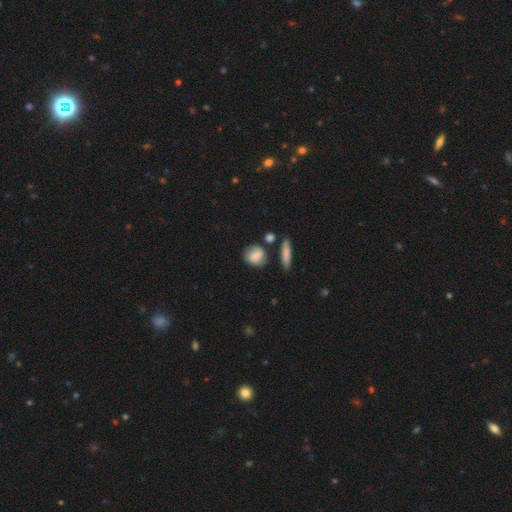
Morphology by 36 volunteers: Smooth or featured?
  - smooth: 81% *
  - featured or disk: 17%
  - star or artifact: 3%
How rounded?
  - round: 79% *
  - in between: 17%
  - cigar-shaped: 3%
Merging?
  - none: 86% *
  - minor disturbance: 6%
  - major disturbance: 6%
  - merger: 3%